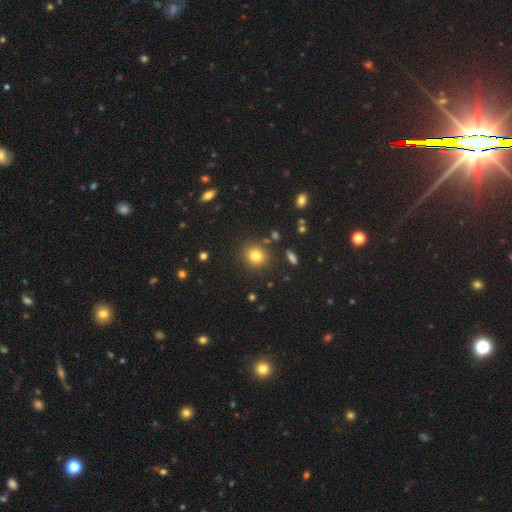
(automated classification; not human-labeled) Smooth or featured?
  - smooth: 81% *
  - star or artifact: 12%
  - featured or disk: 7%
How rounded?
  - round: 83% *
  - in between: 16%
  - cigar-shaped: 1%
Merging?
  - none: 87% *
  - minor disturbance: 8%
  - merger: 3%
  - major disturbance: 3%